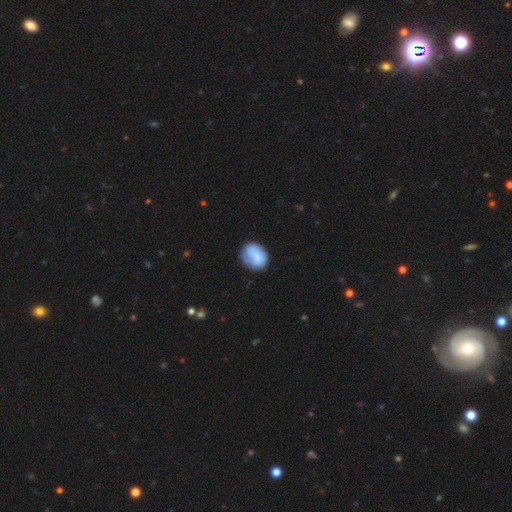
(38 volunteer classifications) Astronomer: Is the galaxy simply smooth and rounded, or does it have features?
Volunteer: smooth — 71%.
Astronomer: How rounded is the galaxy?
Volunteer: in between — 56% (runner-up: round, 41%).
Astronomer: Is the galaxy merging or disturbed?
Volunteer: none — 78%.